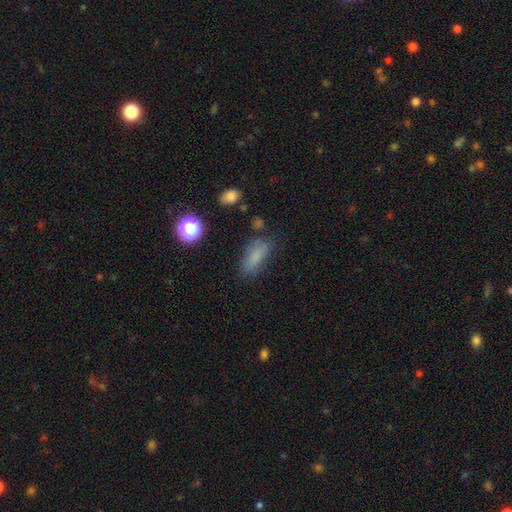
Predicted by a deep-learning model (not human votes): Overall: smooth (79%). How rounded: in between (72%). Merging: none (70%).